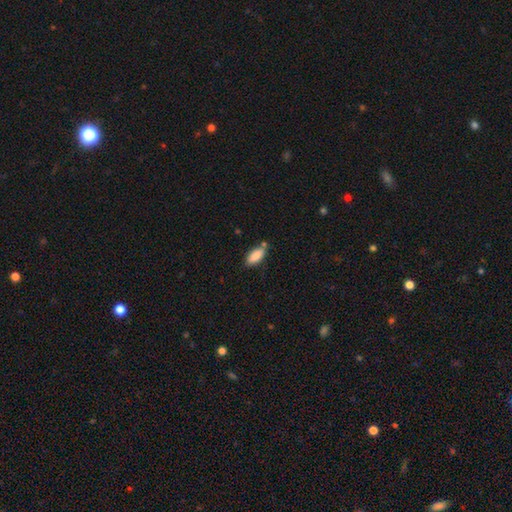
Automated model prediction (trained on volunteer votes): Morphology: type=smooth (85%); roundness=in between (80%); merging=none (69%).